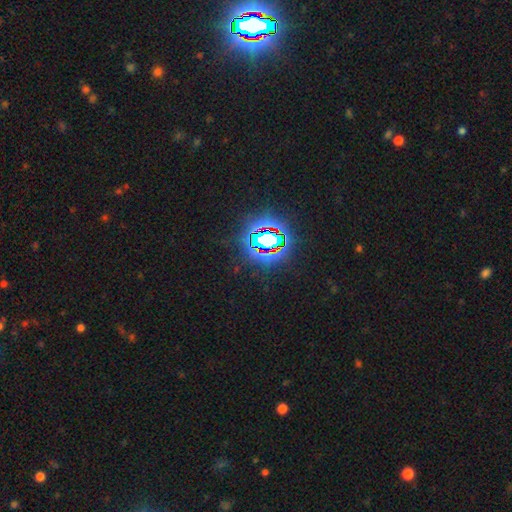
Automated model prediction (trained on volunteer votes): smooth-or-featured: star or artifact: 83% | smooth: 10% | featured or disk: 7%